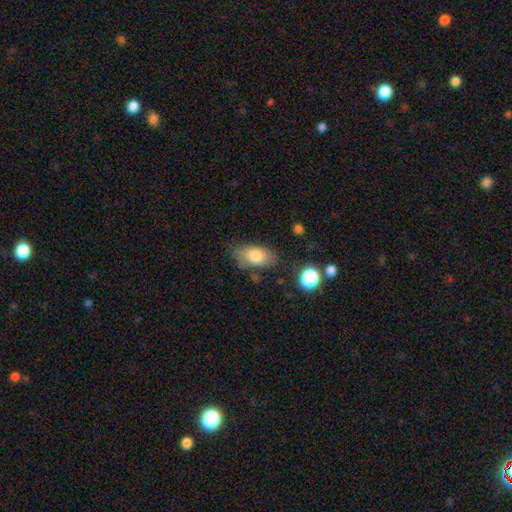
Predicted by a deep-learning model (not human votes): Q: Smooth or featured?
A: smooth (76%); runner-up: featured or disk (16%)
Q: How rounded?
A: in between (89%); runner-up: round (7%)
Q: Merging?
A: none (69%); runner-up: minor disturbance (21%)